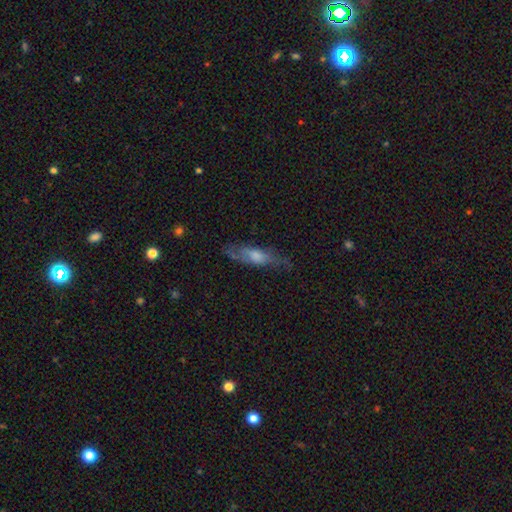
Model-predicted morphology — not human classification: Overall: featured or disk (54%; smooth 38%). Edge-on disk: yes (55%; no 45%). Merging: none (68%).